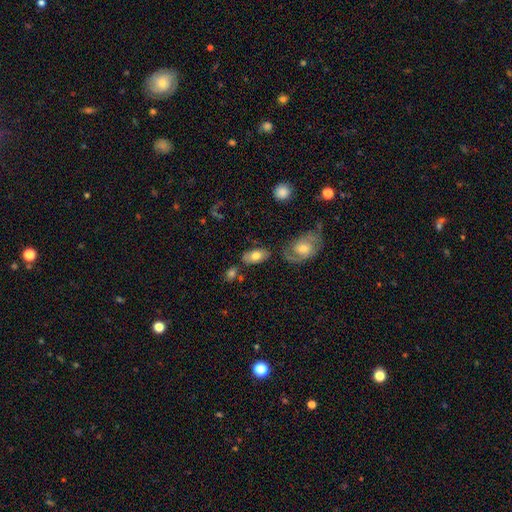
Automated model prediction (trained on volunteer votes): A smooth galaxy with no disk features (67%) that is in between round and cigar-shaped (93%). Merging: none (65%).